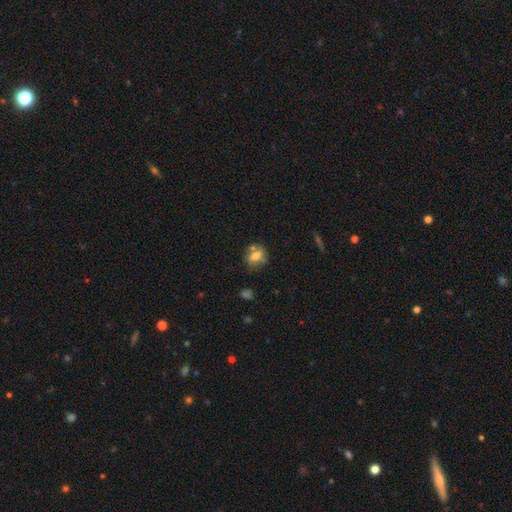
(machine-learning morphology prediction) Overall: smooth (61%; featured or disk 28%). How rounded: in between (57%; round 33%). Merging: none (64%).